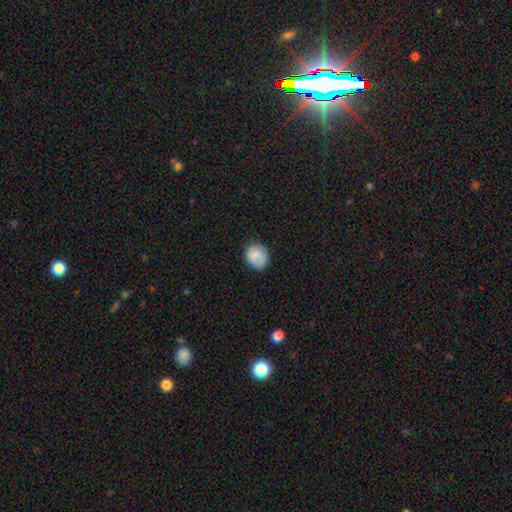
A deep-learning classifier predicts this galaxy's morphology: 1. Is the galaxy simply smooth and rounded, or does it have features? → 83% smooth, 10% featured or disk, 8% star or artifact.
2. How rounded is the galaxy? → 69% round, 30% in between, 1% cigar-shaped.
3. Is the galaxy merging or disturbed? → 76% none, 18% minor disturbance, 4% major disturbance, 1% merger.